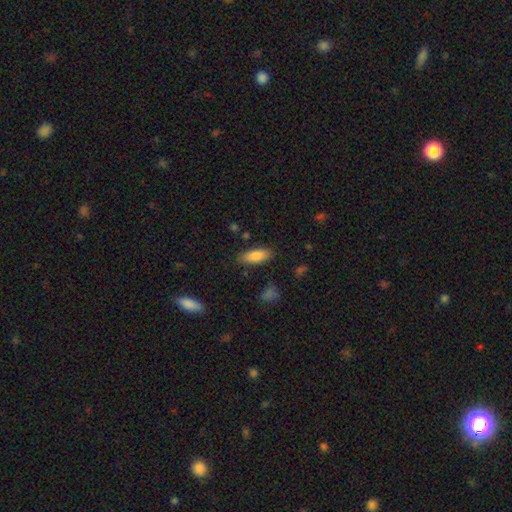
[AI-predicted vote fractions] A smooth galaxy with no disk features (83%) that is in between round and cigar-shaped (74%). Merging: none (85%).